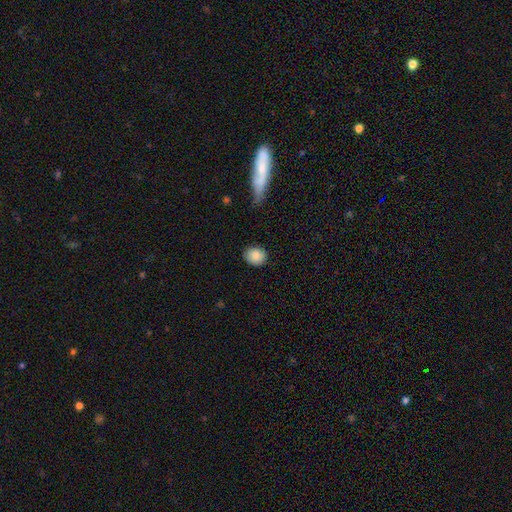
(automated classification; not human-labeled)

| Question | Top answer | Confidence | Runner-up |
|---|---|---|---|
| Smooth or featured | smooth | 87% | star or artifact (8%) |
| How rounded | round | 66% | in between (33%) |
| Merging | none | 84% | minor disturbance (12%) |